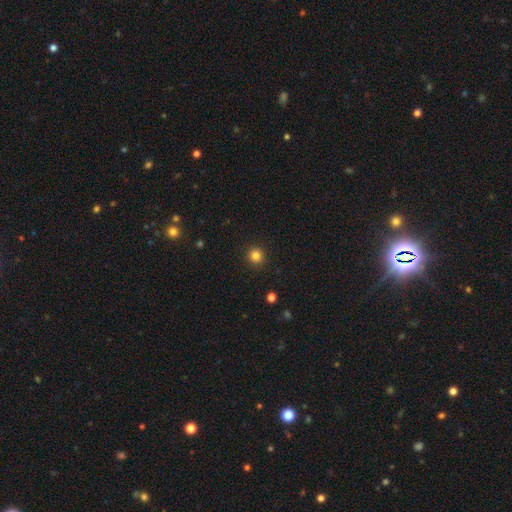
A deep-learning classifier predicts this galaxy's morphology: smooth_or_featured: smooth (p=0.83) [alt: star or artifact p=0.13]
how_rounded: round (p=0.94) [alt: in between p=0.05]
merging: none (p=0.92) [alt: minor disturbance p=0.05]